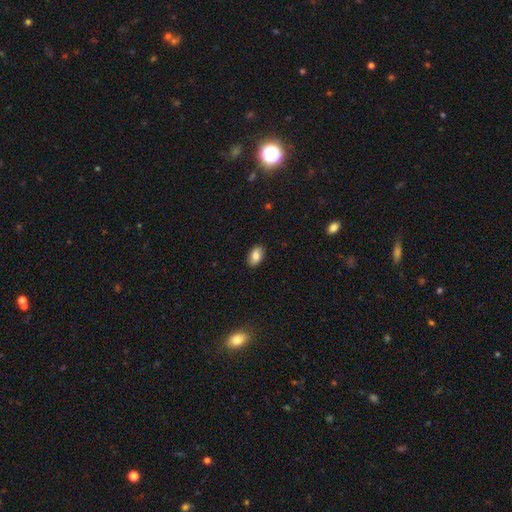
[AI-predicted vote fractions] smooth 81%, featured or disk 11%, star or artifact 8%. Down the decision tree: how rounded — in between (92%); merging — none (87%).